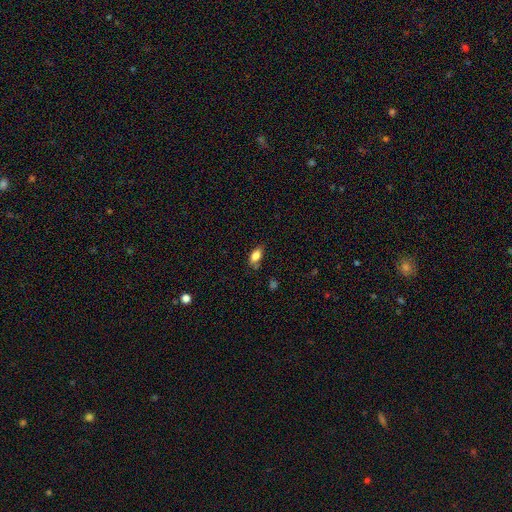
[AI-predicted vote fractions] This is clearly a smooth galaxy (83%). How rounded: clearly in between (88%). Merging: likely none (68%).